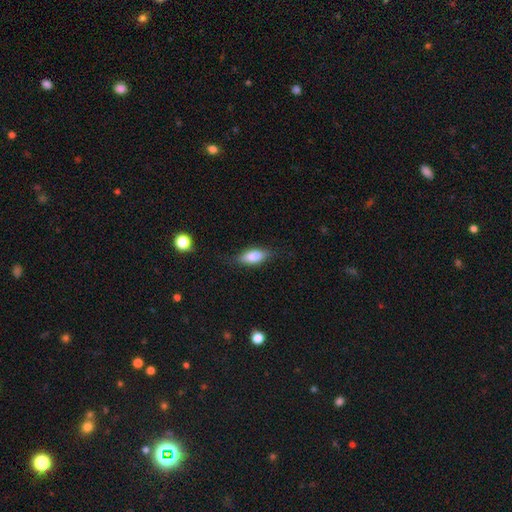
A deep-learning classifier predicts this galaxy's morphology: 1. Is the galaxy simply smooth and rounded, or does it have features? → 75% smooth, 17% featured or disk, 8% star or artifact.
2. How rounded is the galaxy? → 75% in between, 22% cigar-shaped, 3% round.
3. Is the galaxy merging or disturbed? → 76% none, 18% minor disturbance, 5% major disturbance, 1% merger.